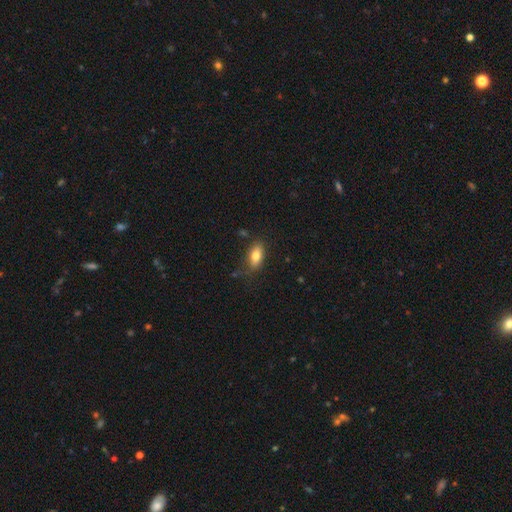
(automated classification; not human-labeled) This is likely a smooth galaxy (79%). How rounded: clearly in between (87%). Merging: likely none (77%).